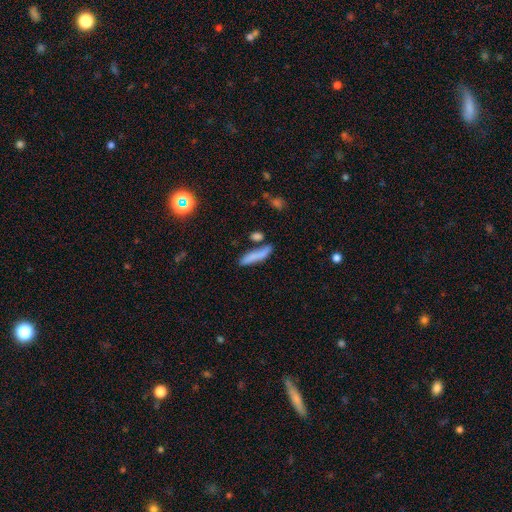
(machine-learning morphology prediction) smooth 76%, featured or disk 15%, star or artifact 9%. Down the decision tree: how rounded — cigar-shaped (80%); merging — none (63%).